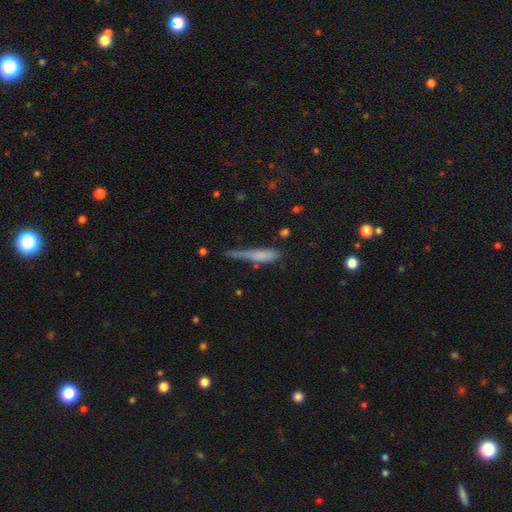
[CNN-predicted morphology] Smooth or featured? smooth (61%)
How rounded? cigar-shaped (89%)
Merging? none (44%)